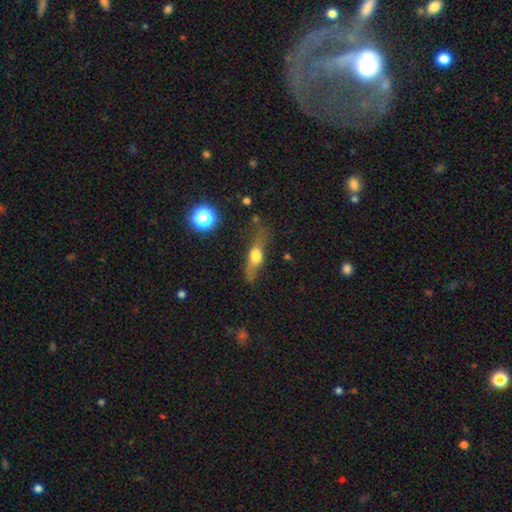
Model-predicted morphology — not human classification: A featured or disk galaxy (51%) viewed edge-on (80%).

Vote fractions:
- Smooth or featured? featured or disk: 51% / smooth: 40% / star or artifact: 9%
- Edge-on disk? yes: 80% / no: 20%
- Merging? none: 63% / minor disturbance: 21% / major disturbance: 11% / merger: 4%